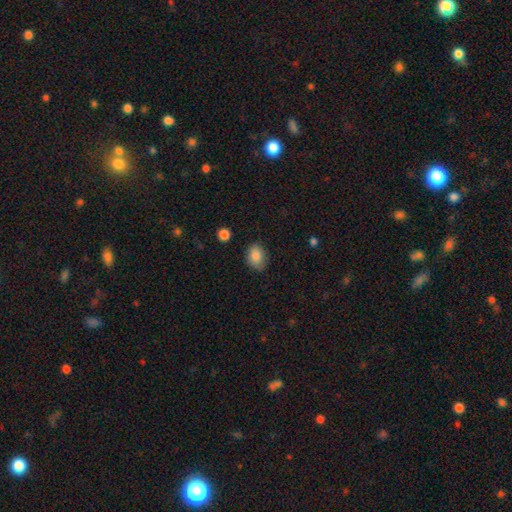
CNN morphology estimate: Smooth or featured?
  - smooth: 86% *
  - star or artifact: 8%
  - featured or disk: 6%
How rounded?
  - in between: 61% *
  - round: 38%
  - cigar-shaped: 1%
Merging?
  - none: 77% *
  - minor disturbance: 18%
  - major disturbance: 4%
  - merger: 2%